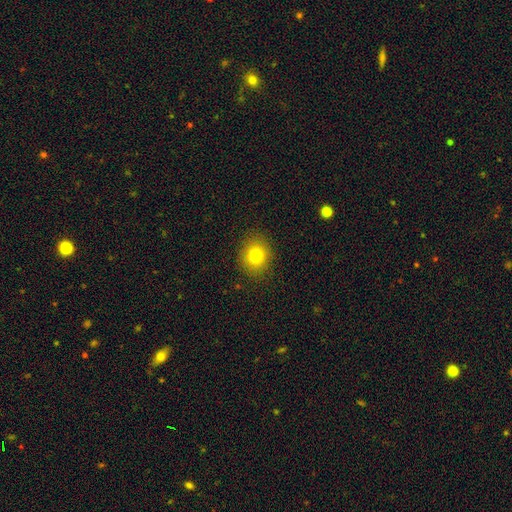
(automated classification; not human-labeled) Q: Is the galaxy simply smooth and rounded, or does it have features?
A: smooth — 79%.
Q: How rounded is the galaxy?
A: round — 74%.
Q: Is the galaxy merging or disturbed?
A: none — 88%.